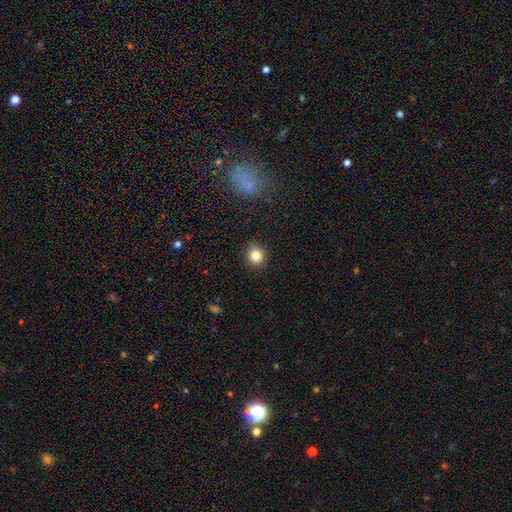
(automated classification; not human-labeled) Smooth or featured?
  - smooth: 85% *
  - star or artifact: 11%
  - featured or disk: 5%
How rounded?
  - round: 84% *
  - in between: 15%
  - cigar-shaped: 1%
Merging?
  - none: 87% *
  - minor disturbance: 9%
  - major disturbance: 2%
  - merger: 1%